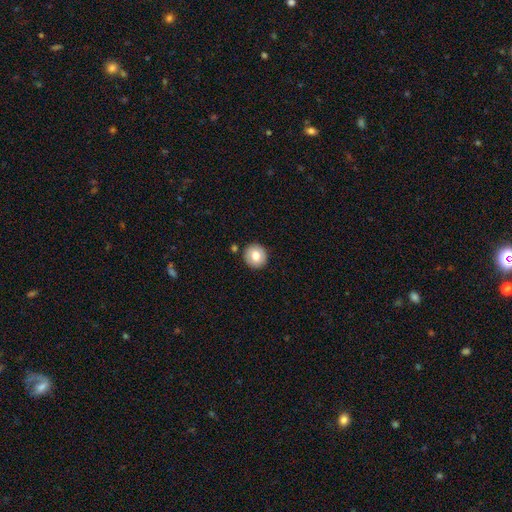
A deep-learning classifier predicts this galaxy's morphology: Smooth or featured: smooth — 77% (featured or disk — 14%)
How rounded: round — 93% (in between — 6%)
Merging: none — 89% (minor disturbance — 6%)